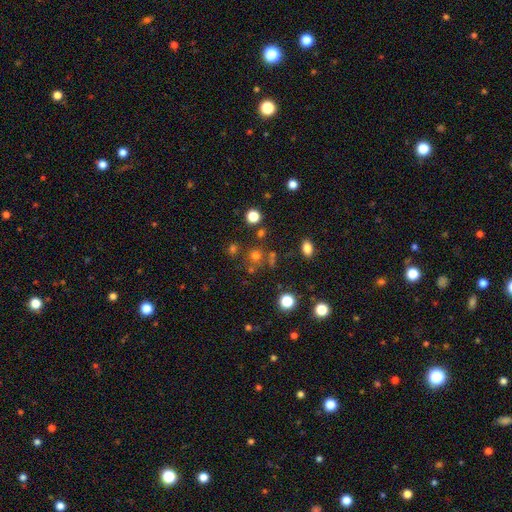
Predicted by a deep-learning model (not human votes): A smooth galaxy with no disk features (65%) that is round (89%). Merging: none (69%).